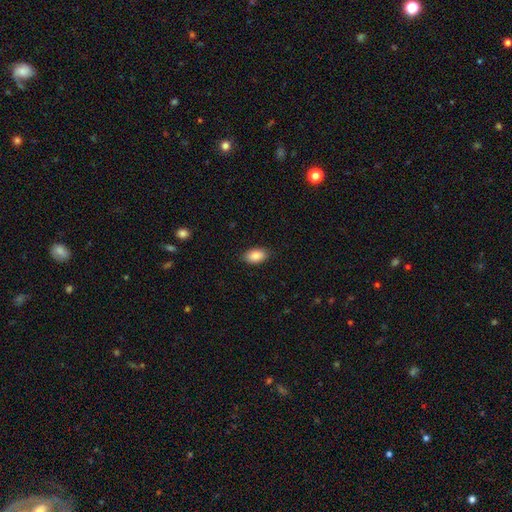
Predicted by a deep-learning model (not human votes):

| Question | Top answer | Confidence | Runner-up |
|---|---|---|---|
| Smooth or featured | smooth | 87% | star or artifact (7%) |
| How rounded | in between | 93% | round (6%) |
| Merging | none | 88% | minor disturbance (9%) |